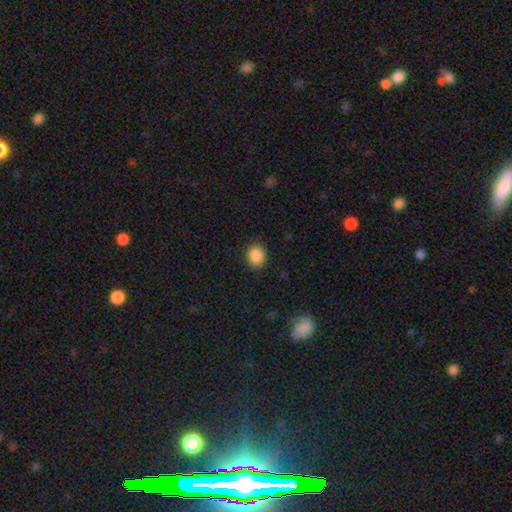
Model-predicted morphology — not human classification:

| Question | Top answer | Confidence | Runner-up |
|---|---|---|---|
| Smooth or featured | smooth | 88% | star or artifact (9%) |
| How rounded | round | 64% | in between (35%) |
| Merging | none | 89% | minor disturbance (8%) |